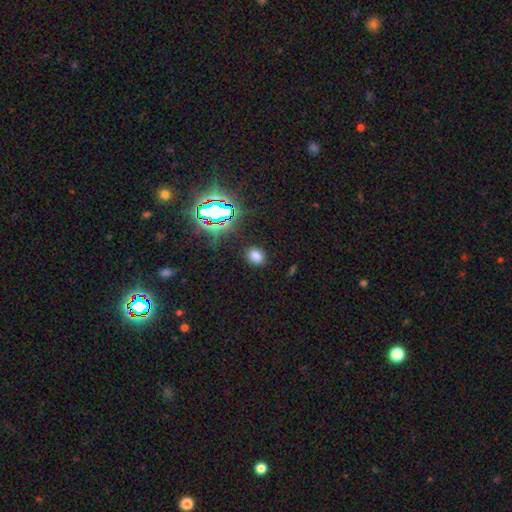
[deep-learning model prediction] Smooth or featured?
  - smooth: 72% *
  - star or artifact: 22%
  - featured or disk: 6%
How rounded?
  - in between: 51% *
  - round: 47%
  - cigar-shaped: 1%
Merging?
  - none: 86% *
  - minor disturbance: 9%
  - major disturbance: 3%
  - merger: 2%